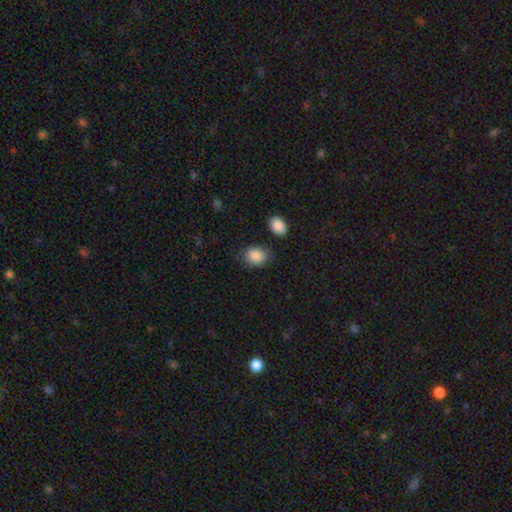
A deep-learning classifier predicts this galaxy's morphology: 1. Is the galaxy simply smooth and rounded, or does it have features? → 89% smooth, 7% star or artifact, 4% featured or disk.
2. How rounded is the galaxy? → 61% in between, 38% round, 1% cigar-shaped.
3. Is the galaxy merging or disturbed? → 75% none, 16% minor disturbance, 4% merger, 4% major disturbance.